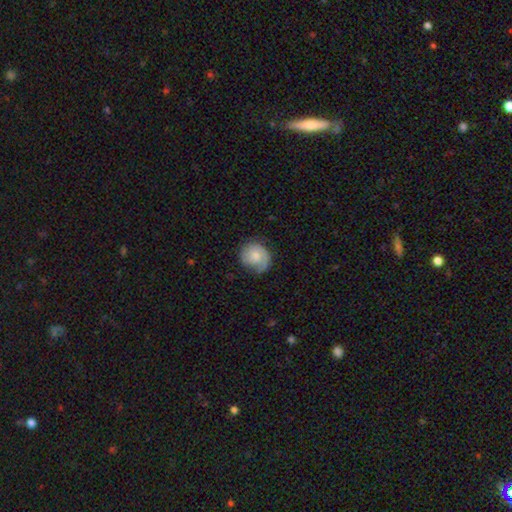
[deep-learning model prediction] Smooth or featured?
  - smooth: 59% *
  - featured or disk: 35%
  - star or artifact: 7%
How rounded?
  - round: 80% *
  - in between: 19%
  - cigar-shaped: 1%
Merging?
  - none: 60% *
  - minor disturbance: 27%
  - major disturbance: 12%
  - merger: 2%